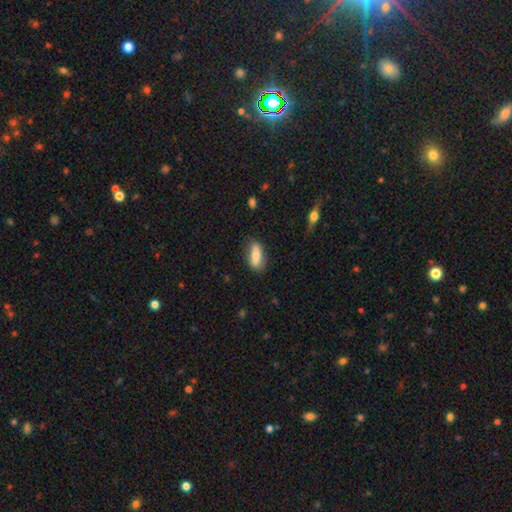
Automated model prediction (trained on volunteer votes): Morphology: type=smooth (71%); roundness=in between (75%); merging=none (78%).